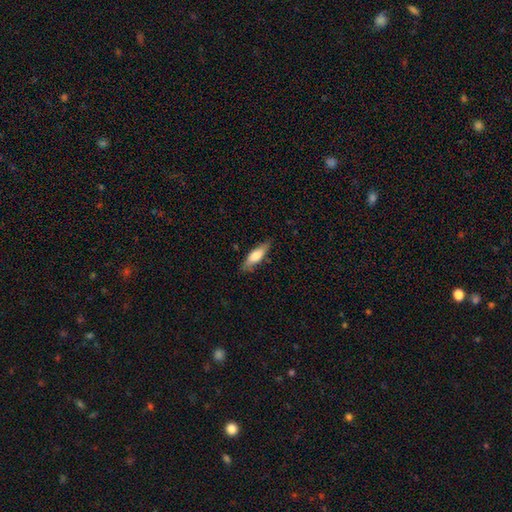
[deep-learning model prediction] smooth_or_featured: smooth (p=0.69) [alt: featured or disk p=0.25]
how_rounded: in between (p=0.50) [alt: cigar-shaped p=0.48]
merging: none (p=0.79) [alt: minor disturbance p=0.16]